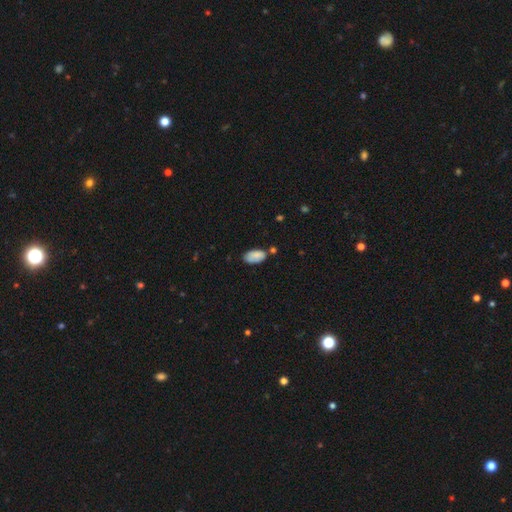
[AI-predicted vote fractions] Smooth or featured?
  - smooth: 82% *
  - featured or disk: 10%
  - star or artifact: 7%
How rounded?
  - in between: 94% *
  - cigar-shaped: 3%
  - round: 3%
Merging?
  - none: 63% *
  - minor disturbance: 24%
  - merger: 9%
  - major disturbance: 5%